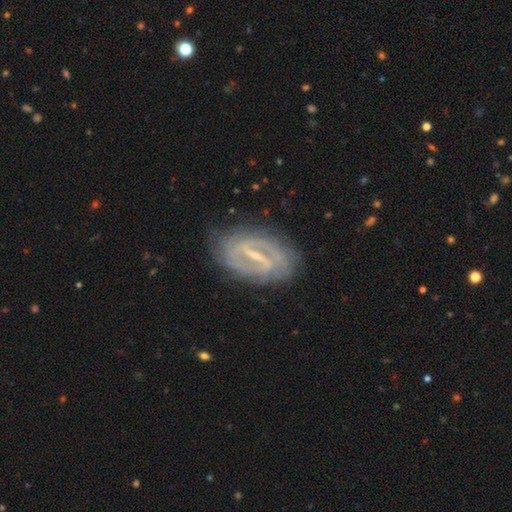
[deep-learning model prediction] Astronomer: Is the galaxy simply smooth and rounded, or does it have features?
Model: featured or disk — 82%.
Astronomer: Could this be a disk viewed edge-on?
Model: no — 93%.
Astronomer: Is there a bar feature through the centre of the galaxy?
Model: strong — 66%.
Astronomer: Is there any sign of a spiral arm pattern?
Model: yes — 82%.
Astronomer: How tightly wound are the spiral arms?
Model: tight — 52% (runner-up: medium, 34%).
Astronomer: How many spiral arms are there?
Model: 2 — 71%.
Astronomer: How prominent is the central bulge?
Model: small — 55%.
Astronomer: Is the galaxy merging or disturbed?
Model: none — 80%.